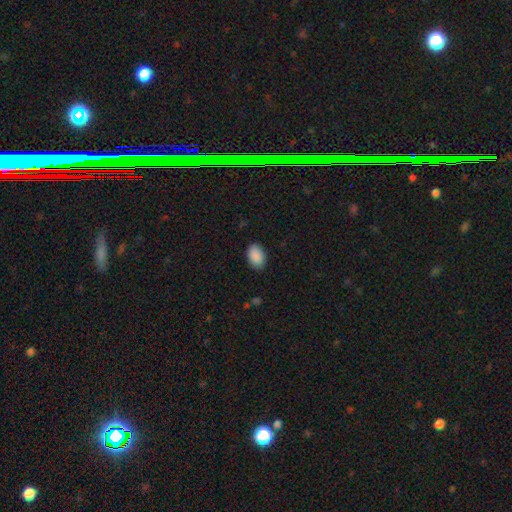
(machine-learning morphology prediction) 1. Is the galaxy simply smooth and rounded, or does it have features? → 90% smooth, 7% star or artifact, 3% featured or disk.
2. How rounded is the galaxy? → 86% in between, 13% round, 1% cigar-shaped.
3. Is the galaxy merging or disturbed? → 86% none, 11% minor disturbance, 2% major disturbance, 1% merger.